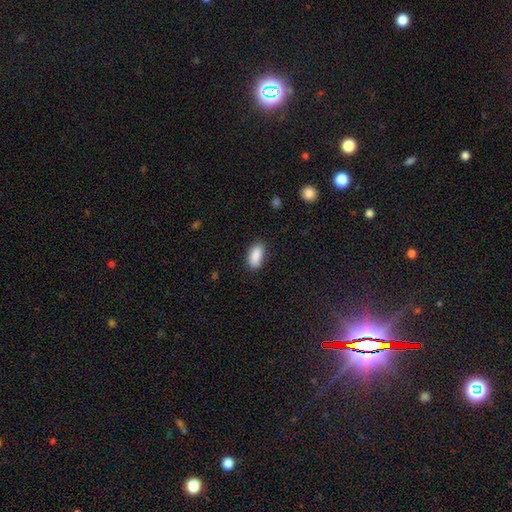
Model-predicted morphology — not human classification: A smooth galaxy with no disk features (89%) that is in between round and cigar-shaped (90%).

Vote fractions:
- Smooth or featured? smooth: 89% / star or artifact: 7% / featured or disk: 4%
- How rounded? in between: 90% / cigar-shaped: 7% / round: 3%
- Merging? none: 84% / minor disturbance: 12% / major disturbance: 3% / merger: 1%